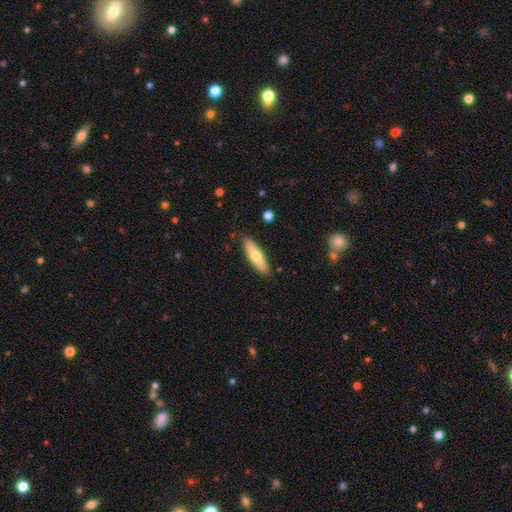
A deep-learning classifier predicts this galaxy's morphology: smooth-or-featured: smooth: 62% | featured or disk: 33% | star or artifact: 5%
  how-rounded: cigar-shaped: 64% | in between: 34% | round: 2%
  merging: none: 89% | minor disturbance: 8% | major disturbance: 2% | merger: 1%